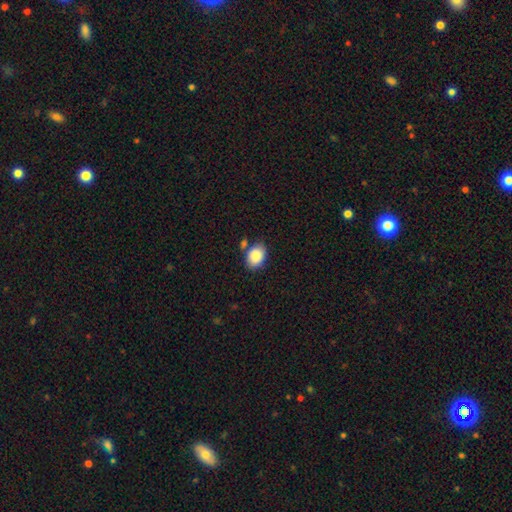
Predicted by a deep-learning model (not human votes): Q: Smooth or featured?
A: smooth (88%); runner-up: star or artifact (8%)
Q: How rounded?
A: in between (72%); runner-up: round (26%)
Q: Merging?
A: none (69%); runner-up: minor disturbance (15%)